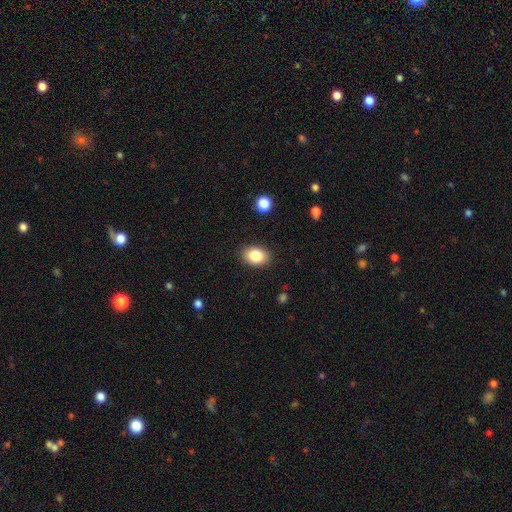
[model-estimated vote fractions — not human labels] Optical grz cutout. It shows a smooth galaxy with no disk features (85%) that is in between round and cigar-shaped (78%). Merging: none (88%).